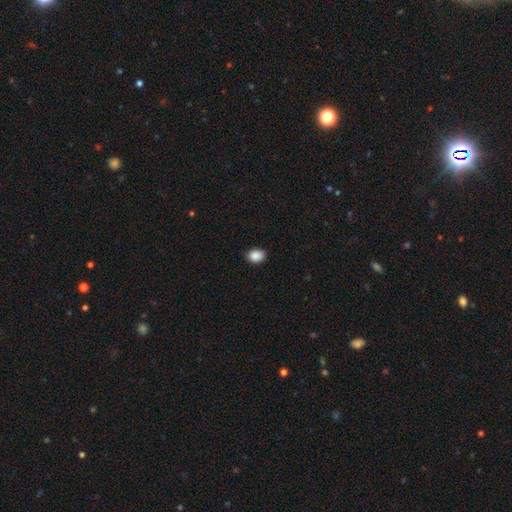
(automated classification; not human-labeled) A smooth galaxy with no disk features (88%) that is in between round and cigar-shaped (56%).

Vote fractions:
- Smooth or featured? smooth: 88% / star or artifact: 9% / featured or disk: 3%
- How rounded? in between: 56% / round: 43% / cigar-shaped: 1%
- Merging? none: 87% / minor disturbance: 10% / major disturbance: 2% / merger: 1%